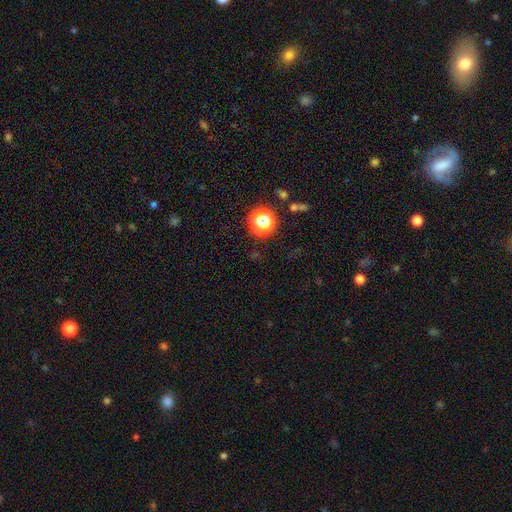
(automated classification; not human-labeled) star or artifact 71%, smooth 21%, featured or disk 8%.